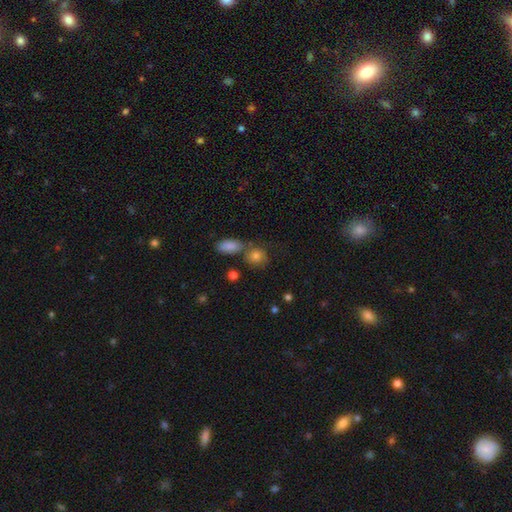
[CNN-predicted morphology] This is clearly a smooth galaxy (80%). How rounded: likely round (67%). Merging: possibly none (57%).